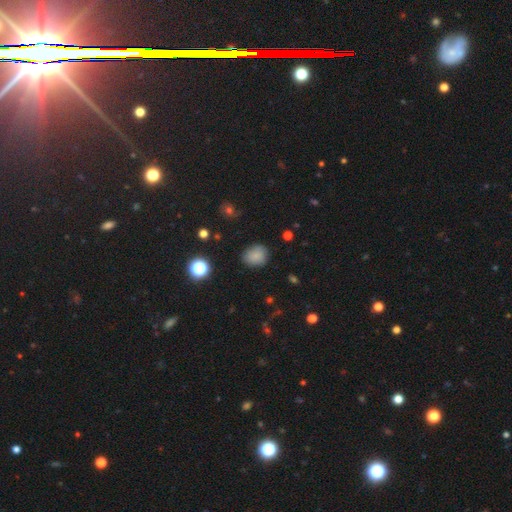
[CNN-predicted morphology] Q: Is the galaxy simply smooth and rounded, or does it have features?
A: smooth — 82%.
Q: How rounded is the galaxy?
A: round — 61%.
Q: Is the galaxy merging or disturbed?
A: none — 81%.